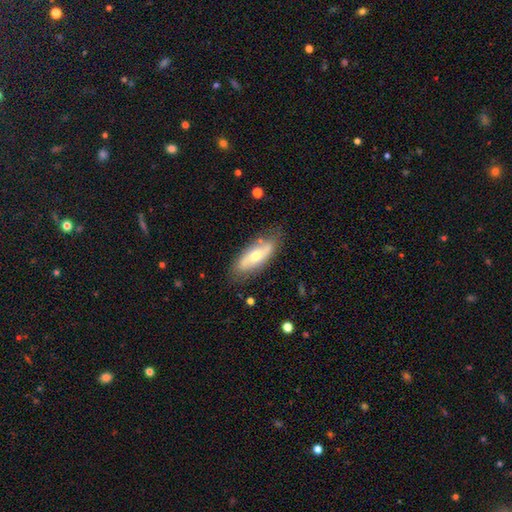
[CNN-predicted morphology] The model was most divided on "smooth or featured": featured or disk: 48%, smooth: 46%, star or artifact: 6%. More confident: merging — none (75%).